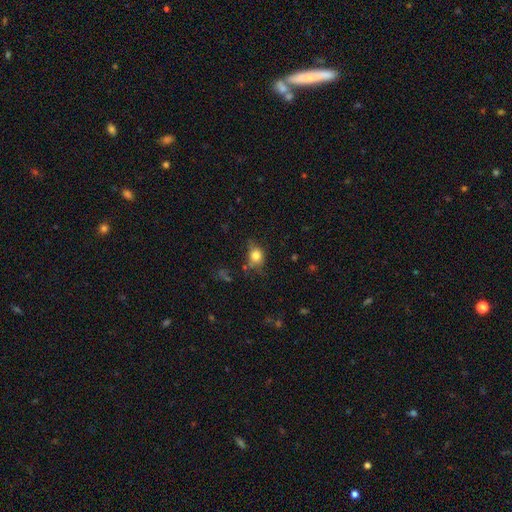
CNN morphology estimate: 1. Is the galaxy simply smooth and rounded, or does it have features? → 78% smooth, 11% star or artifact, 11% featured or disk.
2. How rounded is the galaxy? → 58% round, 40% in between, 2% cigar-shaped.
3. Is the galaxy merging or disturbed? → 60% none, 26% minor disturbance, 9% major disturbance, 5% merger.